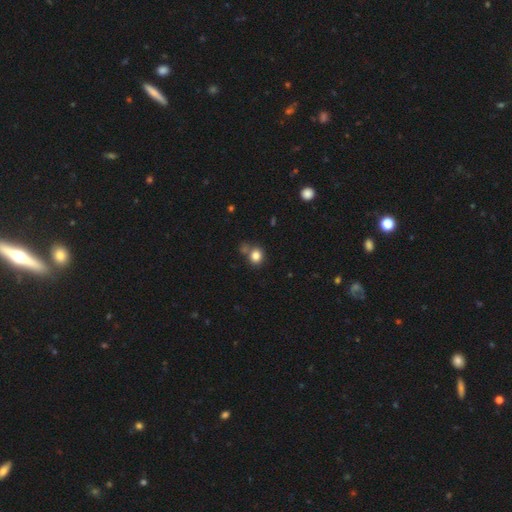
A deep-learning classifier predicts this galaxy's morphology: Smooth or featured? smooth (82%)
How rounded? round (72%)
Merging? none (64%)